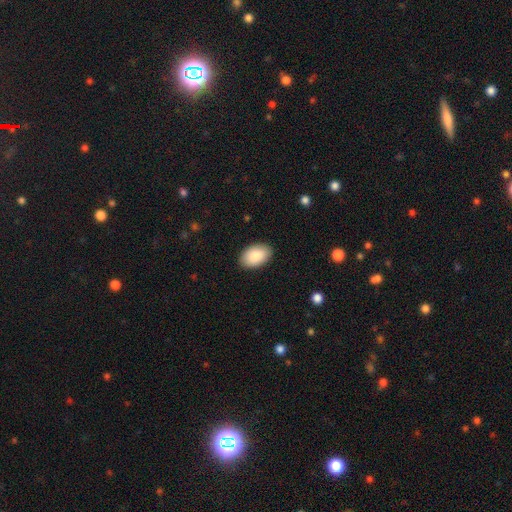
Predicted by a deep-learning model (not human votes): Morphology: type=smooth (86%); roundness=in between (93%); merging=none (89%).